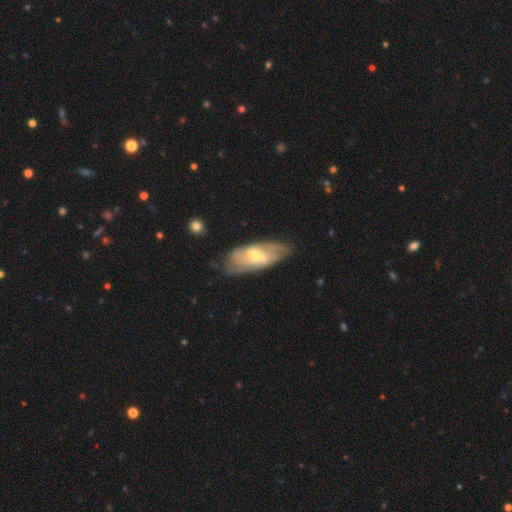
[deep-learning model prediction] Q: Smooth or featured?
A: featured or disk (72%); runner-up: smooth (22%)
Q: Edge-on disk?
A: no (89%); runner-up: yes (11%)
Q: Bar?
A: weak (52%); runner-up: strong (26%)
Q: Spiral arms?
A: yes (86%); runner-up: no (14%)
Q: Spiral winding?
A: medium (42%); runner-up: tight (34%)
Q: Spiral arm count?
A: 2 (42%); runner-up: can't tell (35%)
Q: Bulge size?
A: small (51%); runner-up: moderate (43%)
Q: Merging?
A: none (70%); runner-up: minor disturbance (21%)